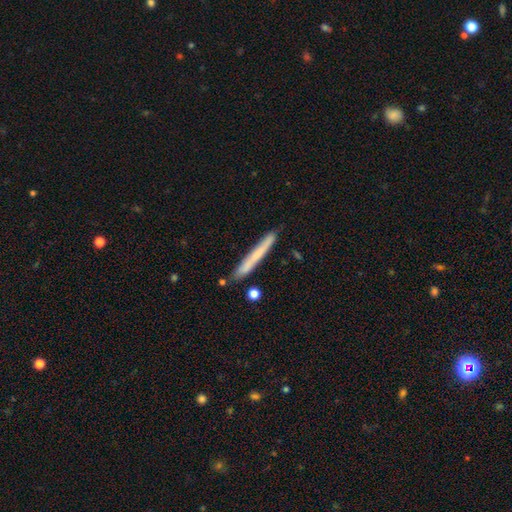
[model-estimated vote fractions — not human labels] Q: Smooth or featured?
A: smooth (60%); runner-up: featured or disk (33%)
Q: How rounded?
A: cigar-shaped (97%); runner-up: in between (2%)
Q: Merging?
A: none (83%); runner-up: minor disturbance (11%)